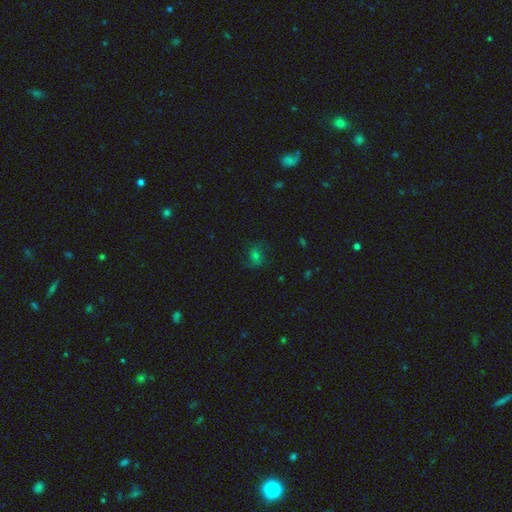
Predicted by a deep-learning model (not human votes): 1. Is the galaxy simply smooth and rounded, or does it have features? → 43% smooth, 29% featured or disk, 28% star or artifact.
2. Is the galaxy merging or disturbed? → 69% none, 19% minor disturbance, 10% major disturbance, 2% merger.